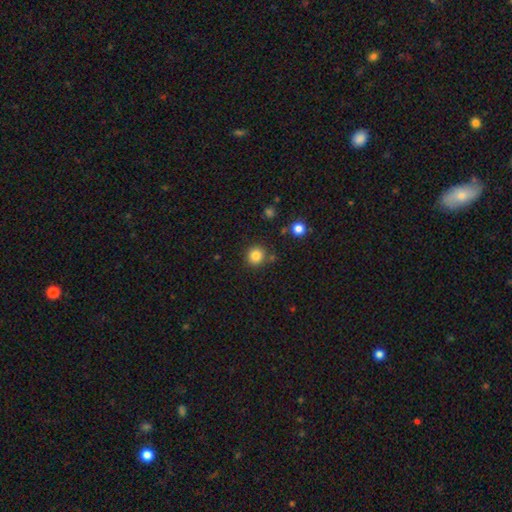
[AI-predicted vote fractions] Smooth or featured?
  - smooth: 84% *
  - star or artifact: 11%
  - featured or disk: 5%
How rounded?
  - round: 92% *
  - in between: 7%
  - cigar-shaped: 1%
Merging?
  - none: 85% *
  - minor disturbance: 8%
  - merger: 4%
  - major disturbance: 3%